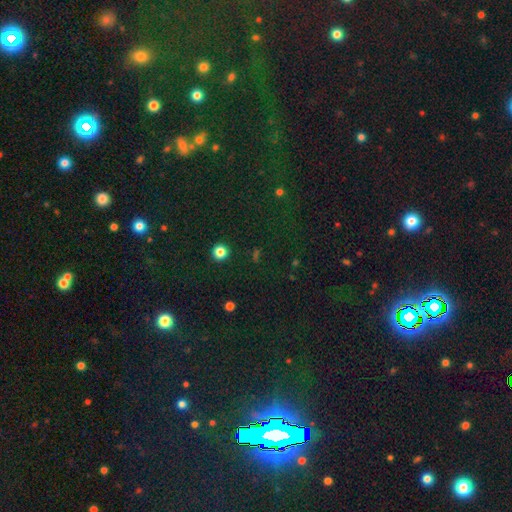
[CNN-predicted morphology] This appears to be a star or artifact, not a galaxy (67%).